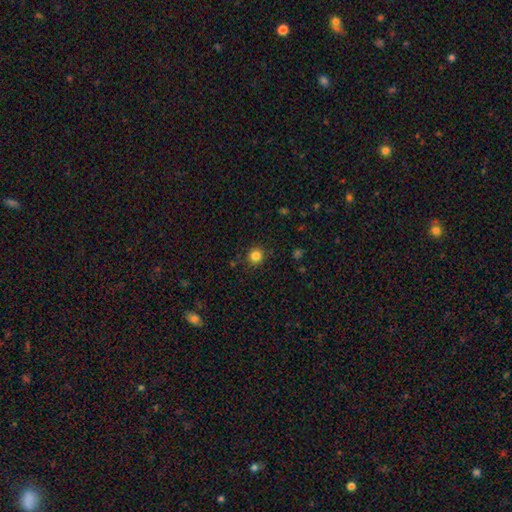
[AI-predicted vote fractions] A smooth galaxy with no disk features (83%) that is round (92%). Merging: none (89%).